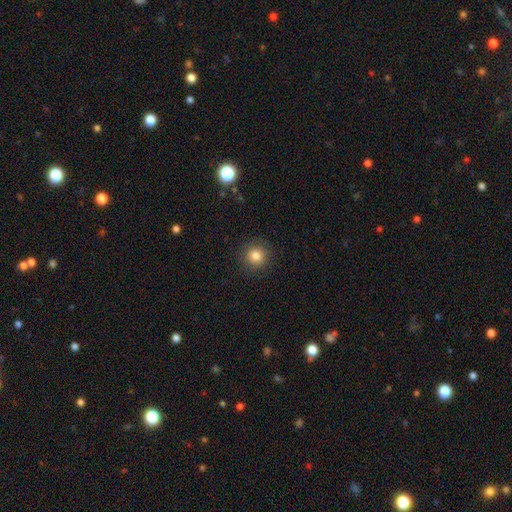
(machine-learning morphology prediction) Smooth or featured: smooth — 82% (star or artifact — 12%)
How rounded: round — 93% (in between — 6%)
Merging: none — 90% (minor disturbance — 6%)